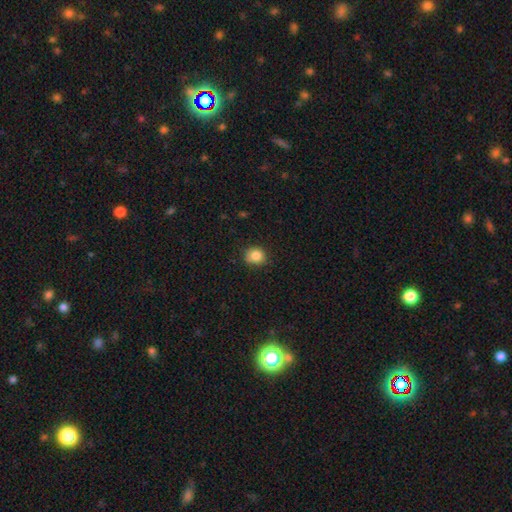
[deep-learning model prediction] smooth-or-featured: smooth: 84% | star or artifact: 10% | featured or disk: 6%
  how-rounded: round: 76% | in between: 23% | cigar-shaped: 1%
  merging: none: 78% | minor disturbance: 18% | major disturbance: 3% | merger: 1%